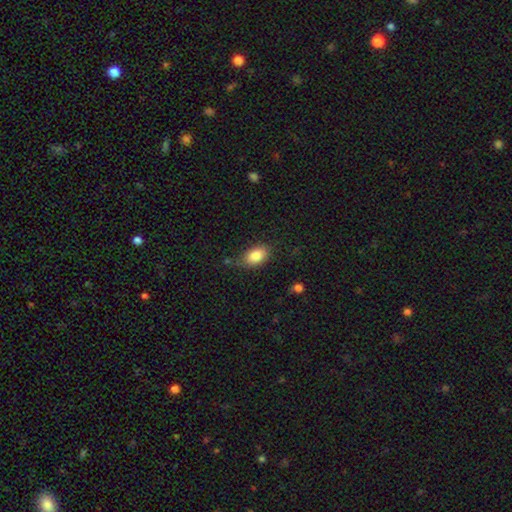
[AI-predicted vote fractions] Smooth or featured: smooth — 84% (star or artifact — 8%)
How rounded: in between — 87% (round — 11%)
Merging: none — 73% (minor disturbance — 19%)